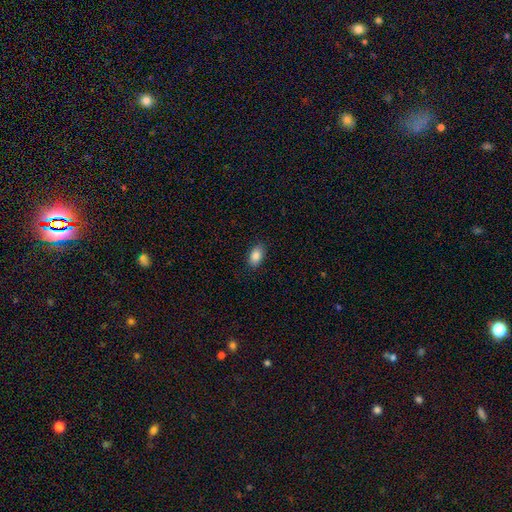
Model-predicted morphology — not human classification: Smooth or featured?
  - smooth: 88% *
  - star or artifact: 8%
  - featured or disk: 5%
How rounded?
  - in between: 90% *
  - round: 7%
  - cigar-shaped: 2%
Merging?
  - none: 85% *
  - minor disturbance: 11%
  - major disturbance: 2%
  - merger: 1%